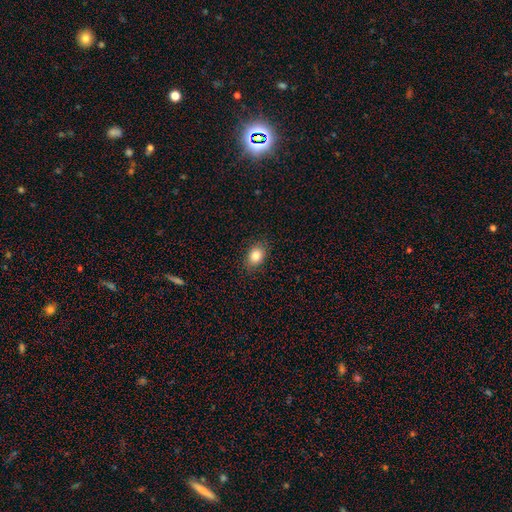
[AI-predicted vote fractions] Overall: smooth (84%). How rounded: in between (67%; round 32%). Merging: none (87%).